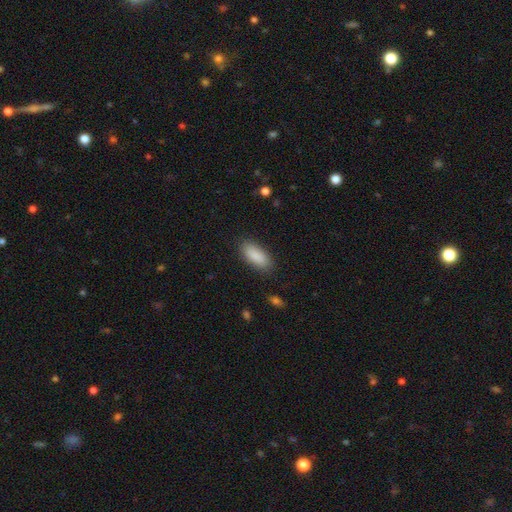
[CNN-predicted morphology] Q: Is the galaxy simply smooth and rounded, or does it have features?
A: smooth — 89%.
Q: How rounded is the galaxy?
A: in between — 82%.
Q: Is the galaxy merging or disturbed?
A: none — 86%.